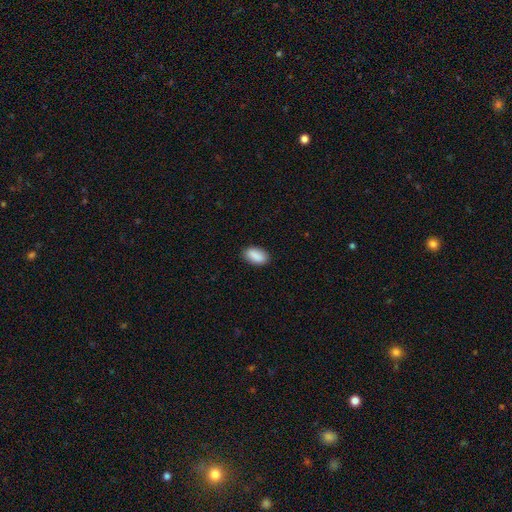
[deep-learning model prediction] A smooth galaxy with no disk features (90%) that is in between round and cigar-shaped (93%). Merging: none (87%).